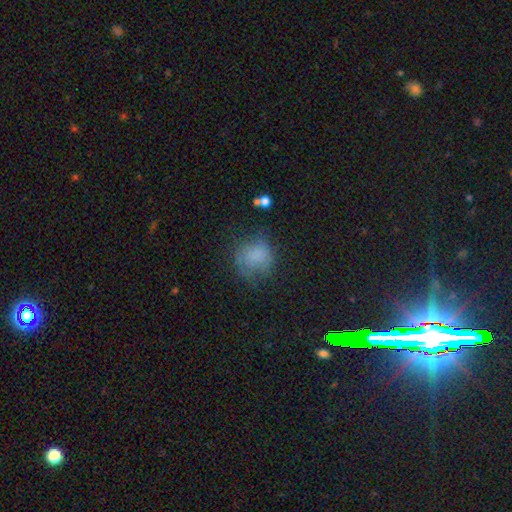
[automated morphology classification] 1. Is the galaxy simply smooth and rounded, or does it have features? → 71% smooth, 16% featured or disk, 13% star or artifact.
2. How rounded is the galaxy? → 74% round, 25% in between, 1% cigar-shaped.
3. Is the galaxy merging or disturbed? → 55% none, 26% minor disturbance, 17% major disturbance, 3% merger.